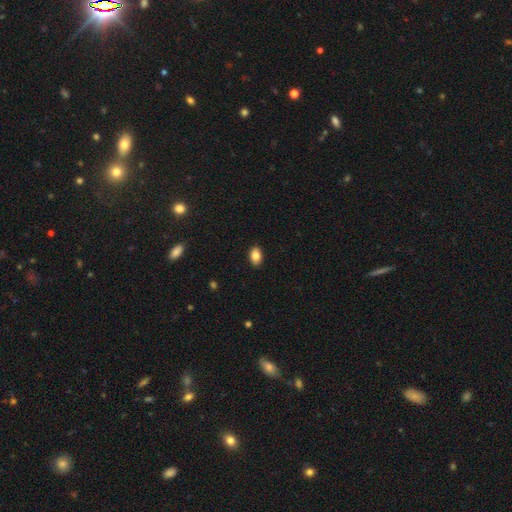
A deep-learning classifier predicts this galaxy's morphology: A smooth galaxy with no disk features (85%) that is in between round and cigar-shaped (88%). Merging: none (89%).